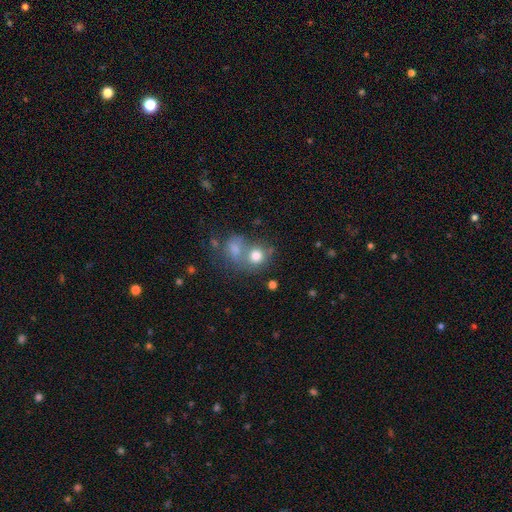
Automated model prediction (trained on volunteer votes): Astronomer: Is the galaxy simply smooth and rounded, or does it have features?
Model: smooth — 76%.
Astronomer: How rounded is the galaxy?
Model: round — 73%.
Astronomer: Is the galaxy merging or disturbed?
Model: merger — 45% (runner-up: none, 37%).